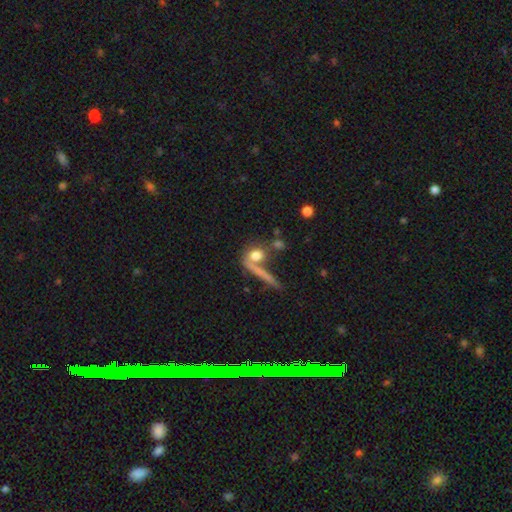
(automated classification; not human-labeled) This is likely a smooth galaxy (70%). How rounded: possibly round (49%). Merging: possibly none (52%).